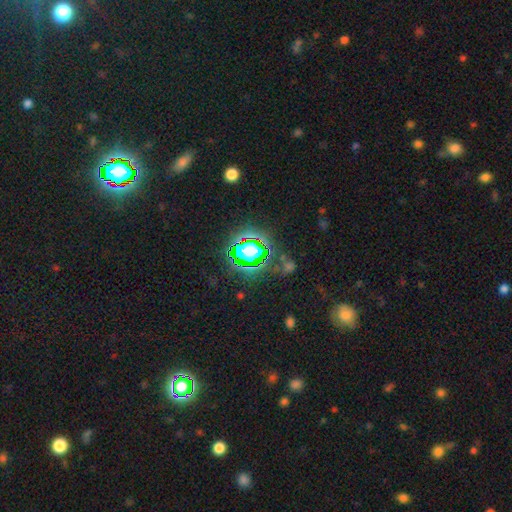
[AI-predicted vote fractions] The model was most divided on "smooth or featured": star or artifact: 74%, smooth: 16%, featured or disk: 10%.